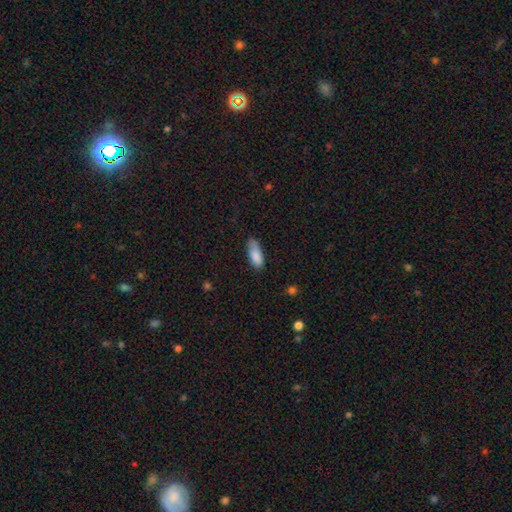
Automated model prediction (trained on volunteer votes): Overall: smooth (85%). How rounded: in between (76%). Merging: none (61%; minor disturbance 30%).